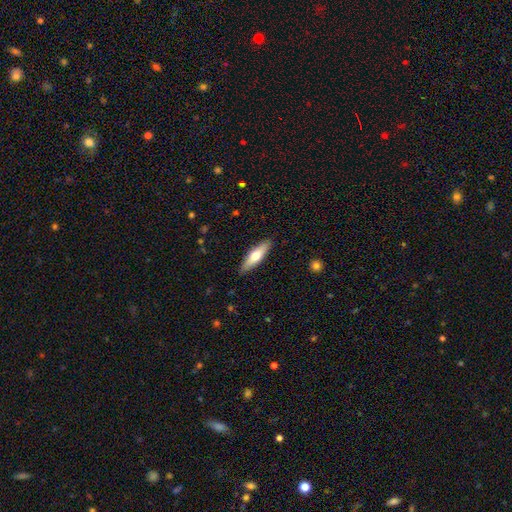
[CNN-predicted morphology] smooth 58%, featured or disk 37%, star or artifact 5%. Down the decision tree: how rounded — cigar-shaped (60%); merging — none (88%).